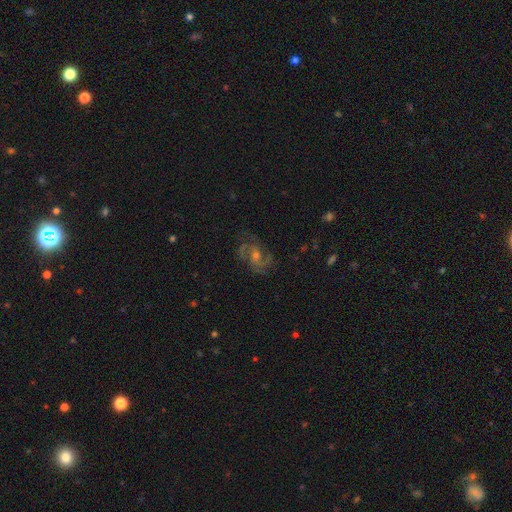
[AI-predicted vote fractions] Smooth or featured: featured or disk — 81% (star or artifact — 11%)
Edge-on disk: no — 97% (yes — 3%)
Bar: no — 50% (weak — 41%)
Spiral arms: yes — 96% (no — 4%)
Spiral winding: medium — 55% (tight — 28%)
Spiral arm count: 2 — 41% (3 — 29%)
Bulge size: moderate — 51% (small — 40%)
Merging: none — 75% (minor disturbance — 15%)